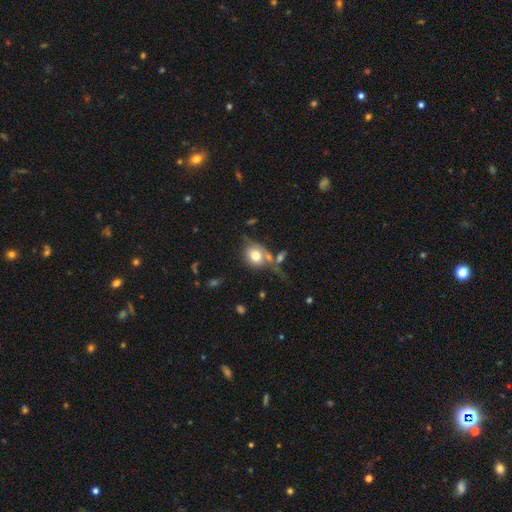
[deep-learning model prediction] Morphology: type=smooth (74%); roundness=round (62%); merging=none (42%).